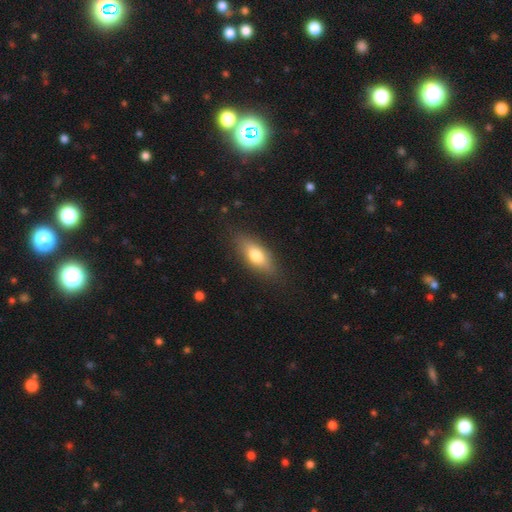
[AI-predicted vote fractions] Morphology: type=smooth (72%); roundness=in between (75%); merging=none (83%).